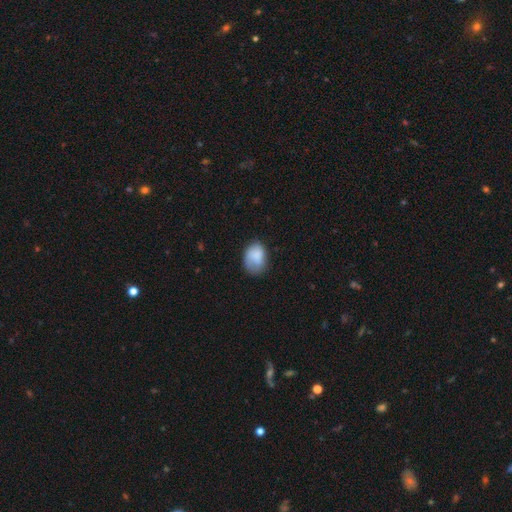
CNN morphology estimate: Smooth or featured? smooth (82%)
How rounded? in between (71%)
Merging? none (56%)